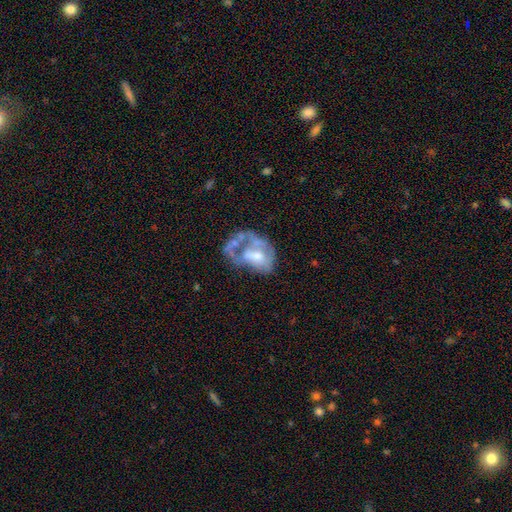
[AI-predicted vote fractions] Smooth or featured? featured or disk (62%)
Edge-on disk? no (97%)
Bar? no (79%)
Spiral arms? no (81%)
Bulge size? moderate (46%)
Merging? major disturbance (40%)